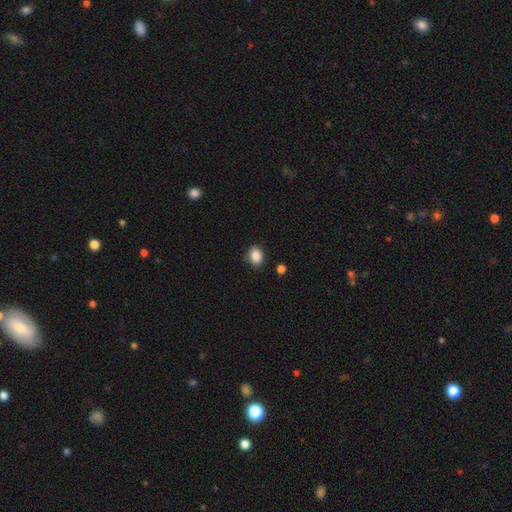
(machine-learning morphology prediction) This appears to be a smooth galaxy with no disk features (87%) that is in between round and cigar-shaped (62%). Merging: none (84%).